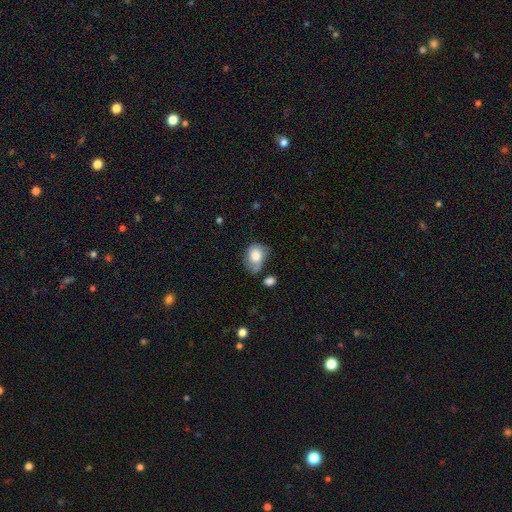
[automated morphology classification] The model was most divided on "merging": none: 36%, minor disturbance: 35%, major disturbance: 17%, merger: 12%. More confident: smooth or featured — smooth (74%); how rounded — in between (63%).